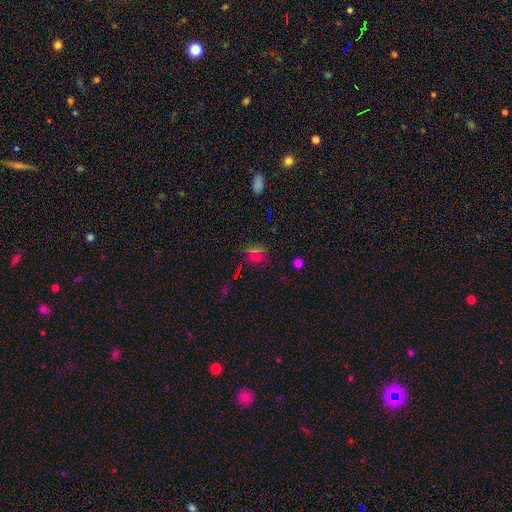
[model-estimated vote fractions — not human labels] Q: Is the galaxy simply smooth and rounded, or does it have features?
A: smooth — 55%.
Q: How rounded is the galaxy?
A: round — 81%.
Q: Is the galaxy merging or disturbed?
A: none — 80%.